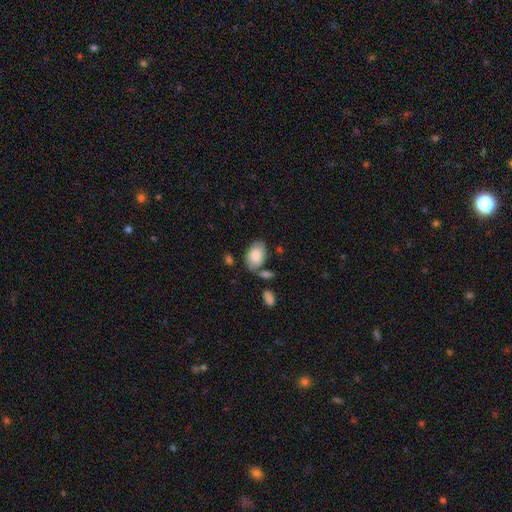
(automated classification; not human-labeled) This appears to be a smooth galaxy with no disk features (82%) that is in between round and cigar-shaped (91%). Merging: none (60%).